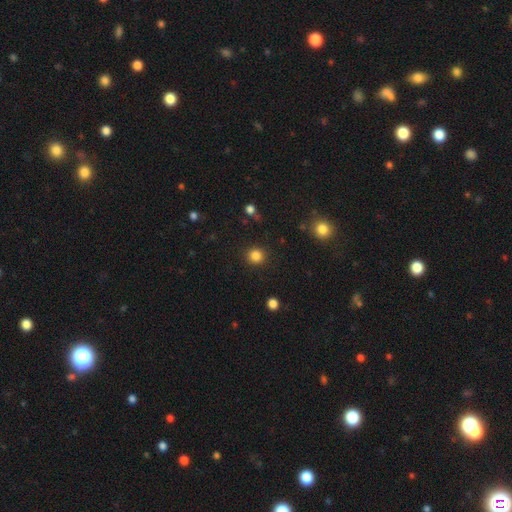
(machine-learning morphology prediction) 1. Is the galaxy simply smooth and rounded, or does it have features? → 85% smooth, 12% star or artifact, 4% featured or disk.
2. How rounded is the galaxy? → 91% round, 8% in between, 1% cigar-shaped.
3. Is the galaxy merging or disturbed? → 90% none, 6% minor disturbance, 2% major disturbance, 1% merger.